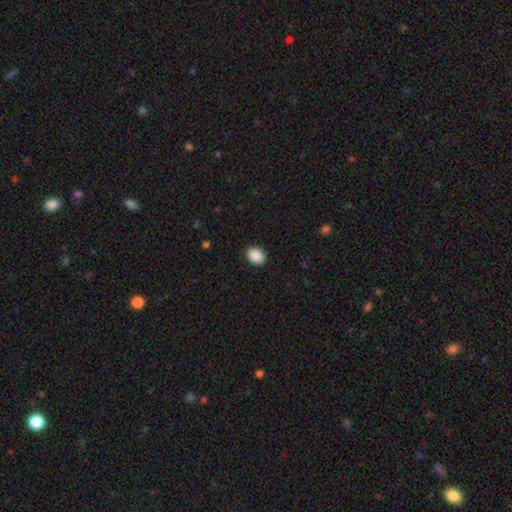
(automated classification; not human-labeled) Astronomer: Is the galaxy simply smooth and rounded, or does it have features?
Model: smooth — 90%.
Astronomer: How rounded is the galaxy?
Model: in between — 63%.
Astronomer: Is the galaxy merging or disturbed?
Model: none — 90%.